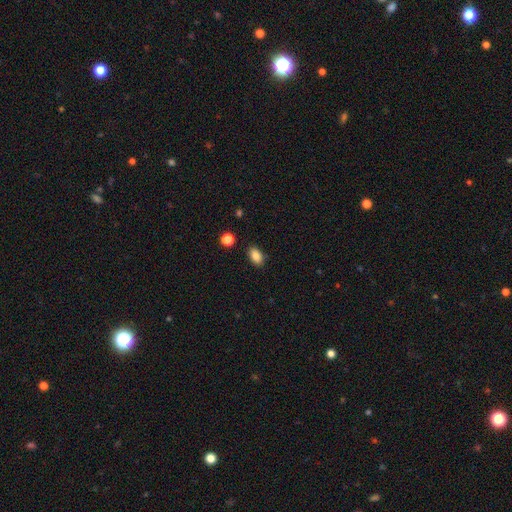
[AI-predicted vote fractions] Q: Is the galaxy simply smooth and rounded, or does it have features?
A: smooth — 86%.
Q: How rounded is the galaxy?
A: in between — 88%.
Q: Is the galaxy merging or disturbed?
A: none — 86%.